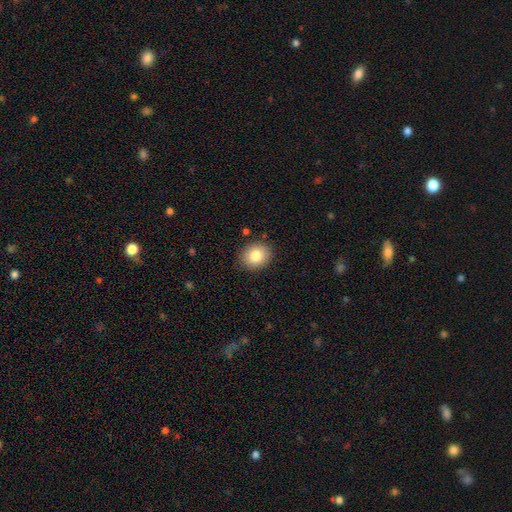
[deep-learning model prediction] This is clearly a smooth galaxy (82%). How rounded: likely round (62%). Merging: clearly none (88%).